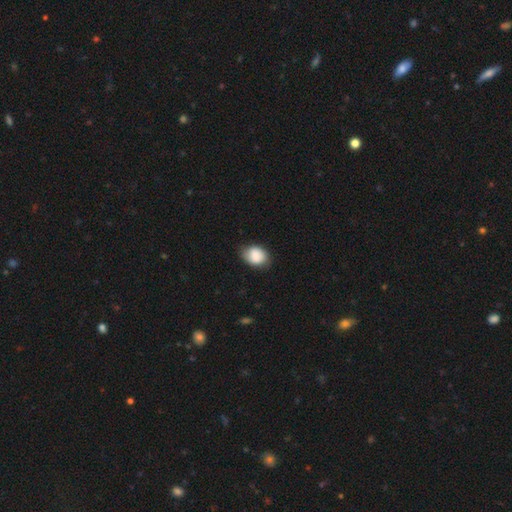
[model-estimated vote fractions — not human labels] The model was most divided on "how rounded": in between: 66%, round: 32%, cigar-shaped: 1%. More confident: smooth or featured — smooth (86%); merging — none (72%).